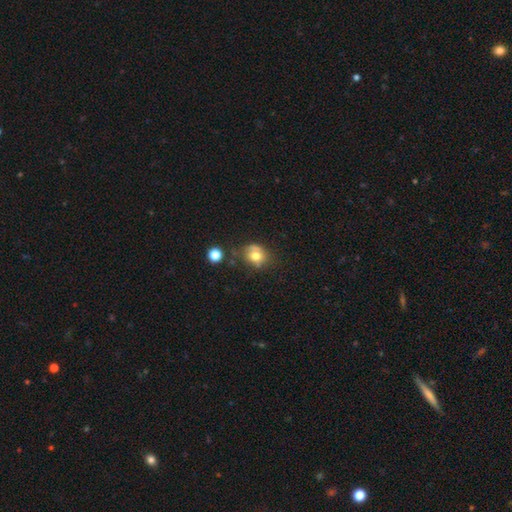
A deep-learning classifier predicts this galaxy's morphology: Smooth or featured: smooth — 71% (featured or disk — 17%)
How rounded: round — 60% (in between — 39%)
Merging: none — 50% (minor disturbance — 25%)